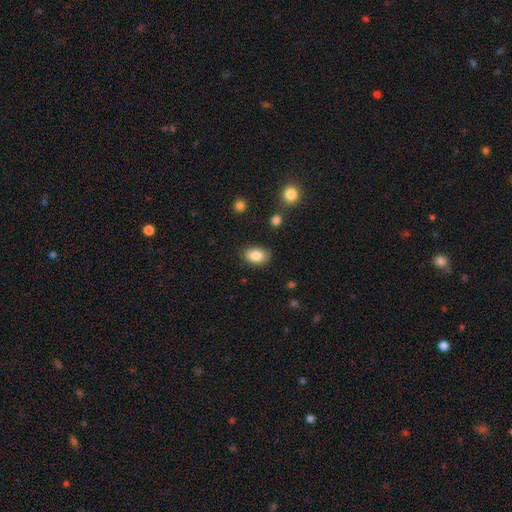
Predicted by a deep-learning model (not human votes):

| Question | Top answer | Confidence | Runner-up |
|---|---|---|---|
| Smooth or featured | smooth | 85% | star or artifact (8%) |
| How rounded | in between | 85% | round (13%) |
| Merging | none | 81% | minor disturbance (14%) |